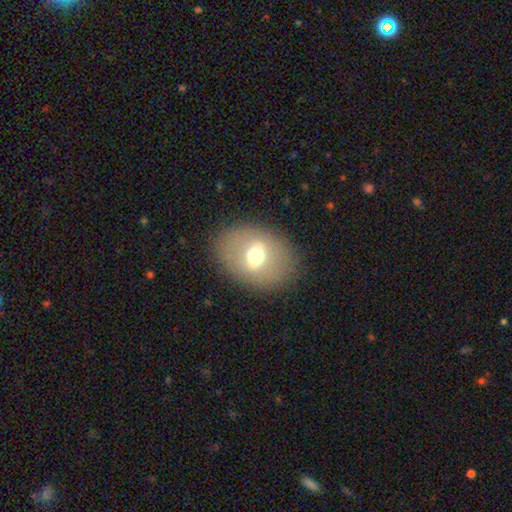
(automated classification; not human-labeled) Smooth or featured? smooth (48%)
Merging? none (84%)